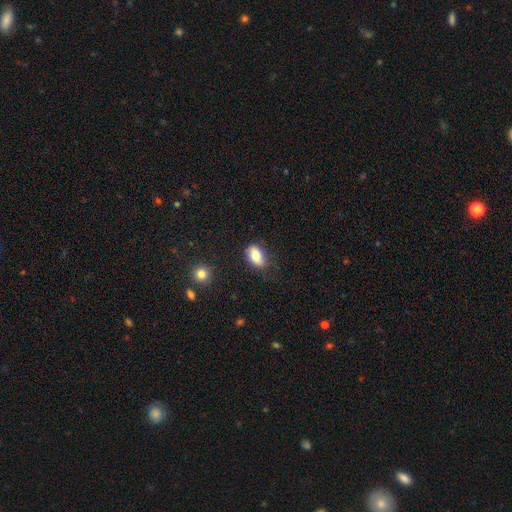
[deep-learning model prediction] This is likely a smooth galaxy (77%). How rounded: clearly in between (89%). Merging: likely none (68%).